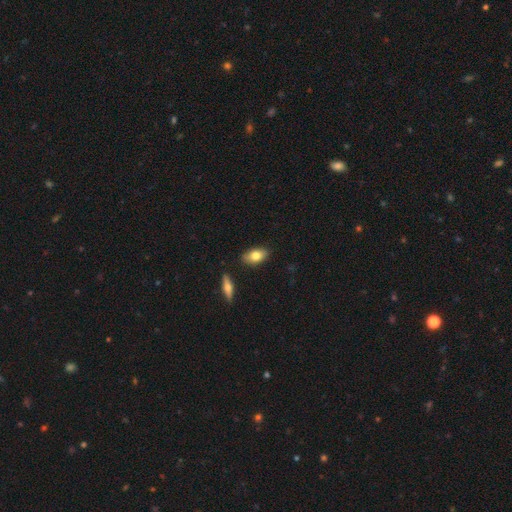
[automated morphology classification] type=smooth (75%); roundness=in between (88%); merging=none (84%).